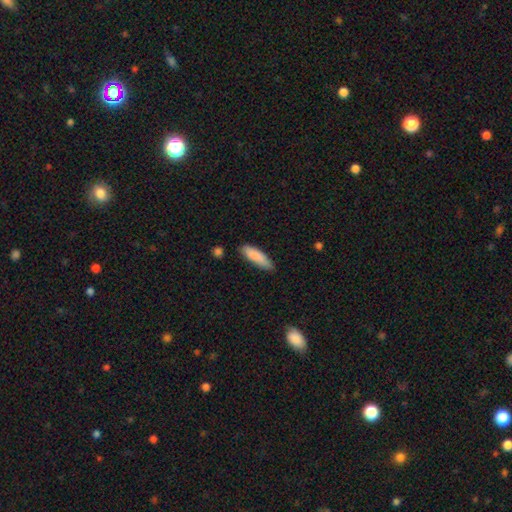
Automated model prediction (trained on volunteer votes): smooth 87%, featured or disk 7%, star or artifact 6%. Down the decision tree: how rounded — cigar-shaped (59%); merging — none (76%).